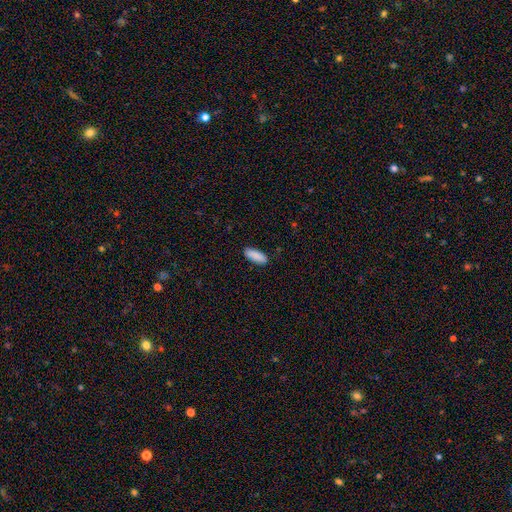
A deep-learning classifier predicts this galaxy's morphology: smooth_or_featured: smooth (p=0.90) [alt: star or artifact p=0.06]
how_rounded: in between (p=0.70) [alt: cigar-shaped p=0.28]
merging: none (p=0.89) [alt: minor disturbance p=0.08]